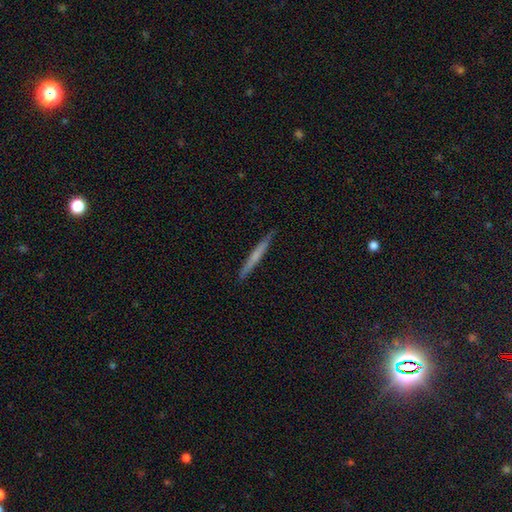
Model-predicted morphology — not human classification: A smooth galaxy with no disk features (49%). Merging: none (91%).